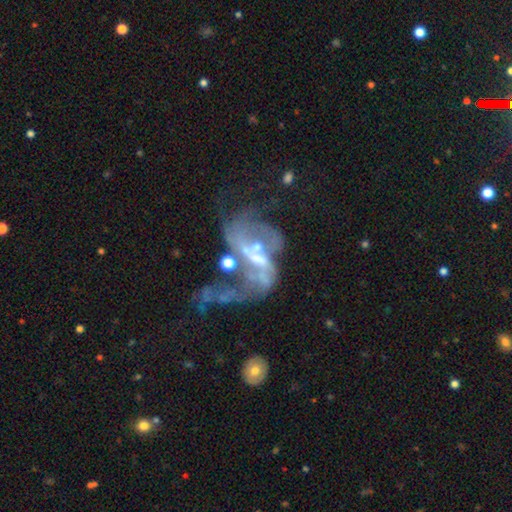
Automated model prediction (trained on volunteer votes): The model was most divided on "bulge size": small: 37%, moderate: 33%, none: 24%, large: 4%, dominant: 2%. Remaining: edge-on disk — no (97%); smooth or featured — featured or disk (77%); spiral arms — yes (59%); bar — no (50%); merging — major disturbance (40%).